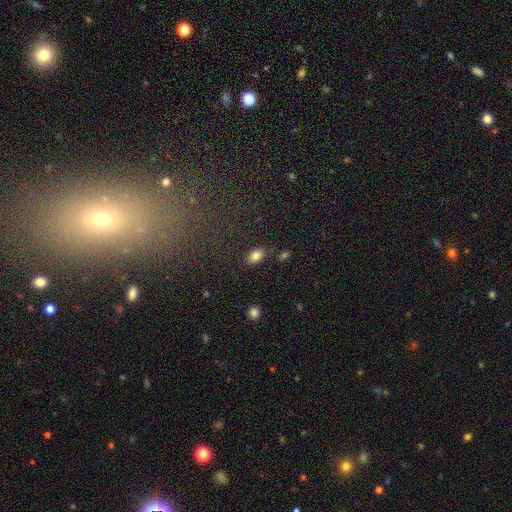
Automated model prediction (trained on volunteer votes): Smooth or featured? smooth (83%)
How rounded? in between (87%)
Merging? none (77%)